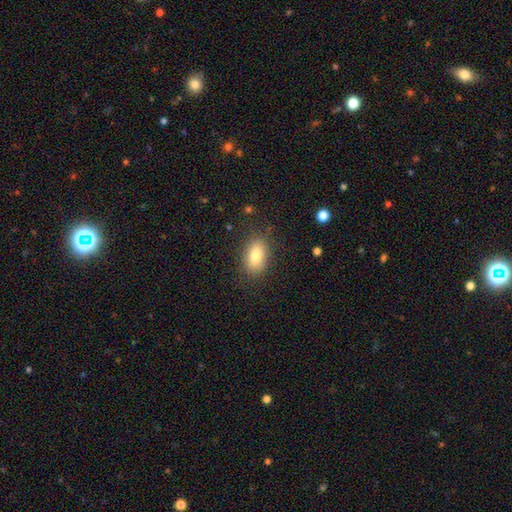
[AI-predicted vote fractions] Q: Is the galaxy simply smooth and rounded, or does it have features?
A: smooth — 81%.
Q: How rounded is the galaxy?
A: in between — 87%.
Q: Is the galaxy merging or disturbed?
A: none — 84%.